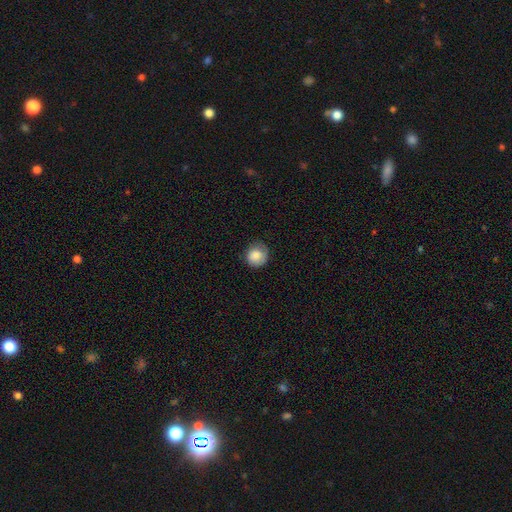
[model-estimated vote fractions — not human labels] Smooth or featured?
  - smooth: 84% *
  - featured or disk: 8%
  - star or artifact: 8%
How rounded?
  - round: 87% *
  - in between: 12%
  - cigar-shaped: 1%
Merging?
  - none: 70% *
  - minor disturbance: 23%
  - major disturbance: 6%
  - merger: 1%